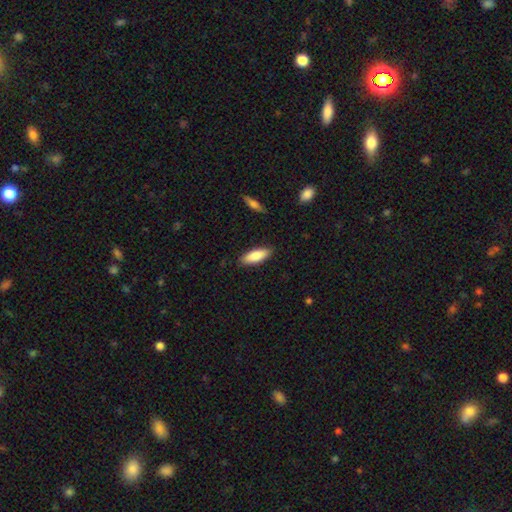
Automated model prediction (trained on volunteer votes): Q: Smooth or featured?
A: smooth (85%); runner-up: featured or disk (9%)
Q: How rounded?
A: in between (67%); runner-up: cigar-shaped (32%)
Q: Merging?
A: none (87%); runner-up: minor disturbance (10%)